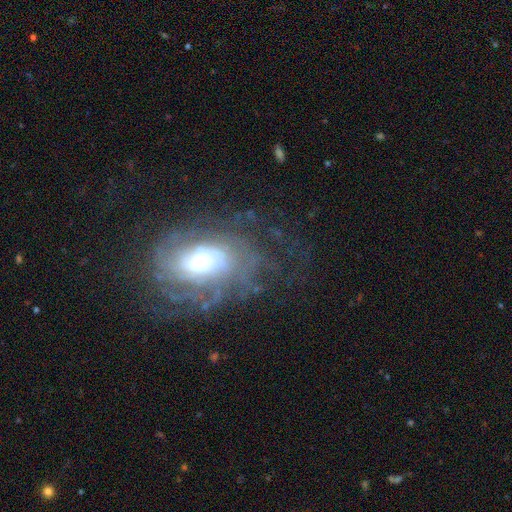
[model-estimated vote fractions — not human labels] Smooth or featured? featured or disk (78%)
Edge-on disk? no (96%)
Bar? no (61%)
Spiral arms? yes (87%)
Spiral winding? tight (59%)
Spiral arm count? can't tell (49%)
Bulge size? moderate (49%)
Merging? none (63%)